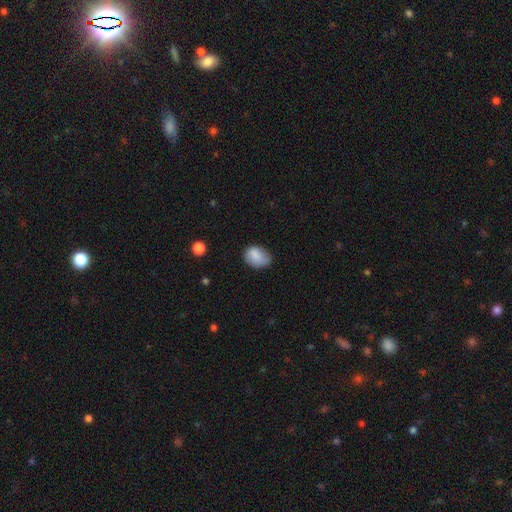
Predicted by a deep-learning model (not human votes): A smooth galaxy with no disk features (84%) that is in between round and cigar-shaped (72%). Merging: none (57%).